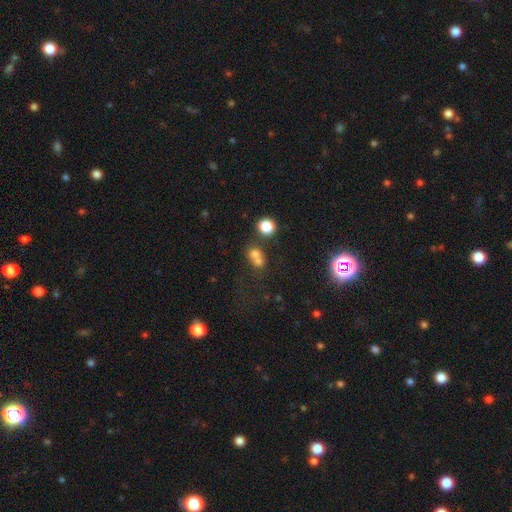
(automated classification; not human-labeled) Morphology: type=smooth (67%); roundness=round (69%); merging=merger (59%).